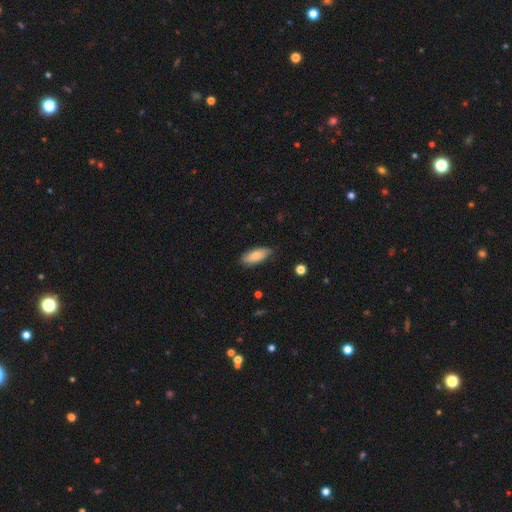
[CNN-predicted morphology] A smooth galaxy with no disk features (80%) that is in between round and cigar-shaped (82%).

Vote fractions:
- Smooth or featured? smooth: 80% / featured or disk: 14% / star or artifact: 6%
- How rounded? in between: 82% / cigar-shaped: 16% / round: 2%
- Merging? none: 79% / minor disturbance: 18% / major disturbance: 2% / merger: 1%